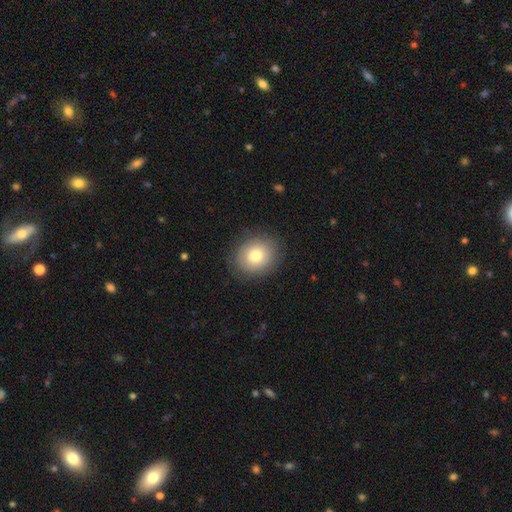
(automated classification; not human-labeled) Smooth or featured? smooth (75%)
How rounded? round (72%)
Merging? none (85%)